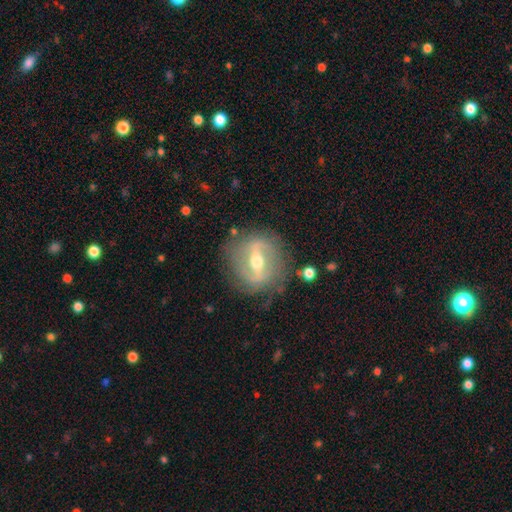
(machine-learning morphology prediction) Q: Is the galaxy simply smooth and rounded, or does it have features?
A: featured or disk — 81%.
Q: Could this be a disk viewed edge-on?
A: no — 91%.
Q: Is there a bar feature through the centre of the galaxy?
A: strong — 61%.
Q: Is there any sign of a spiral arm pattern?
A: yes — 75%.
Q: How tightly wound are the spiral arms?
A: medium — 40%.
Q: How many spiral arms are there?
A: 2 — 74%.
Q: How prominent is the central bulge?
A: moderate — 69%.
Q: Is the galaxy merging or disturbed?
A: none — 78%.